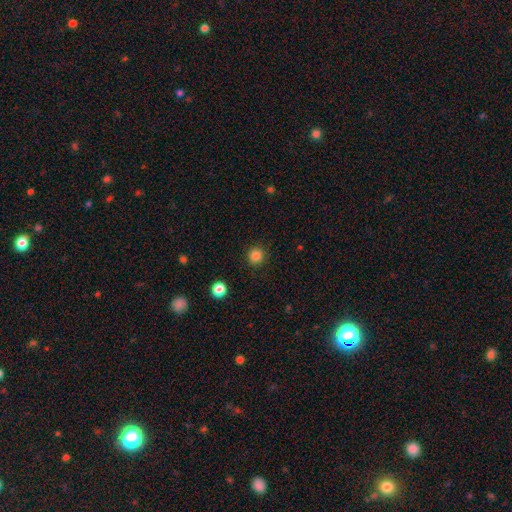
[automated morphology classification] This is clearly a smooth galaxy (84%). How rounded: clearly round (94%). Merging: clearly none (91%).